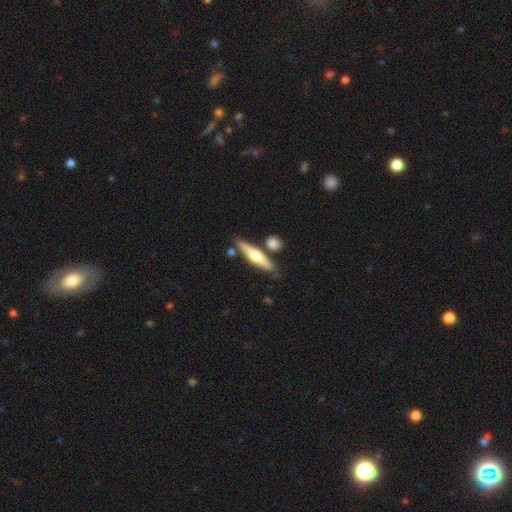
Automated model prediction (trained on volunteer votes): A featured or disk galaxy (49%).

Vote fractions:
- Smooth or featured? featured or disk: 49% / smooth: 45% / star or artifact: 6%
- Merging? none: 76% / minor disturbance: 11% / merger: 10% / major disturbance: 3%